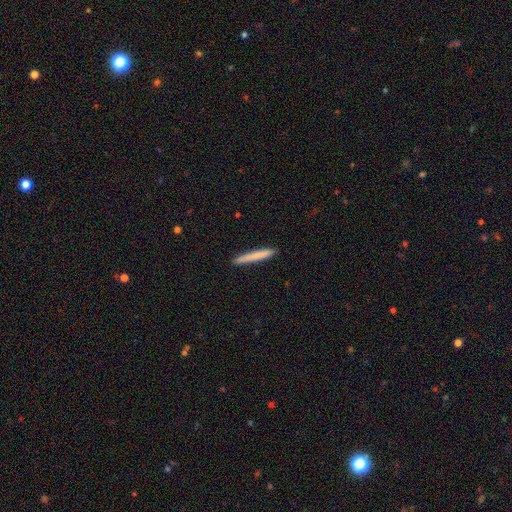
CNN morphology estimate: The model was most divided on "smooth or featured": smooth: 76%, featured or disk: 18%, star or artifact: 6%. More confident: how rounded — cigar-shaped (97%); merging — none (92%).